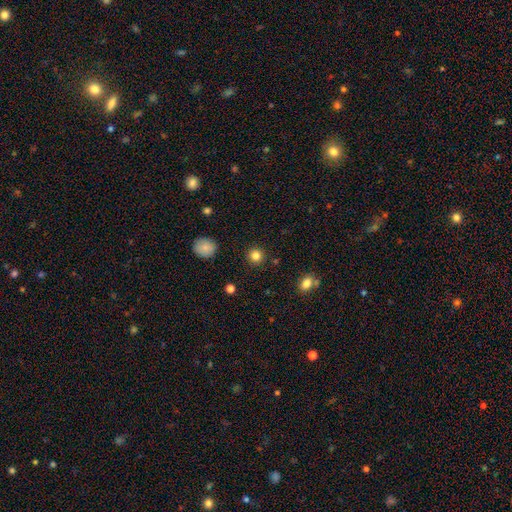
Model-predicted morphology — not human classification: The model was most divided on "smooth or featured": smooth: 83%, star or artifact: 12%, featured or disk: 5%. More confident: how rounded — round (93%); merging — none (91%).